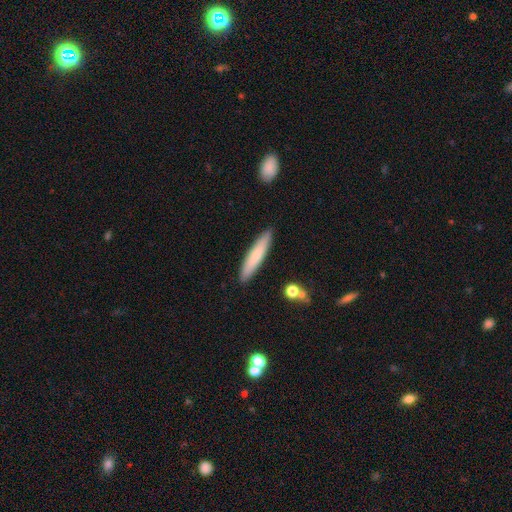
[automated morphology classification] Smooth or featured: smooth — 73% (featured or disk — 21%)
How rounded: cigar-shaped — 89% (in between — 10%)
Merging: none — 89% (minor disturbance — 8%)